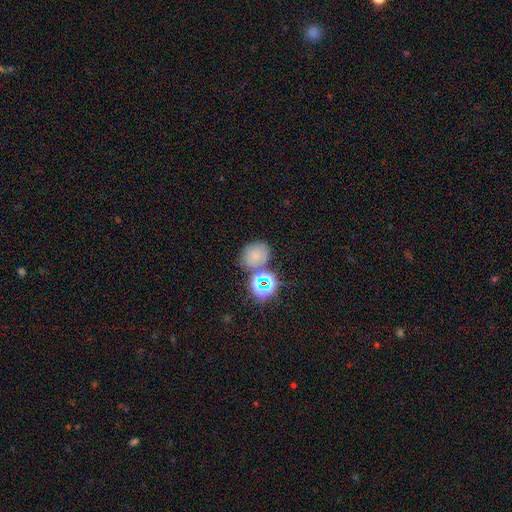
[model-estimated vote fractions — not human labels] Smooth or featured? Predicted: smooth (p=0.61). How rounded? Predicted: round (p=0.55). Merging? Predicted: none (p=0.57).